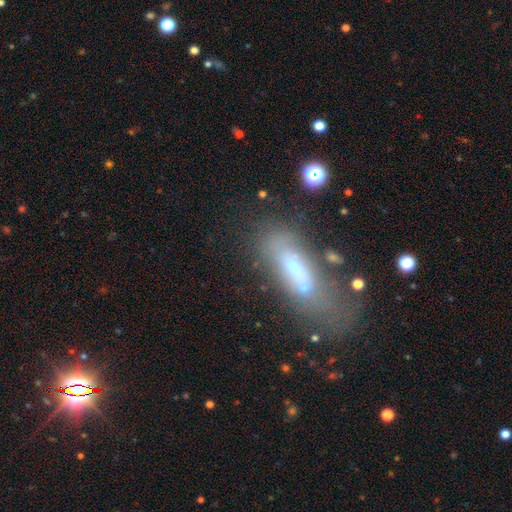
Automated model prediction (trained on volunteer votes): Overall: featured or disk (42%, tied with smooth). Merging: none (51%; minor disturbance 23%).